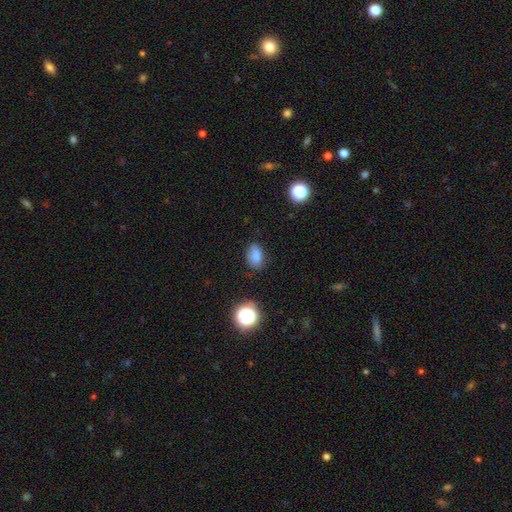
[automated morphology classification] smooth_or_featured: smooth (p=0.79) [alt: star or artifact p=0.13]
how_rounded: in between (p=0.83) [alt: round p=0.15]
merging: none (p=0.72) [alt: minor disturbance p=0.21]